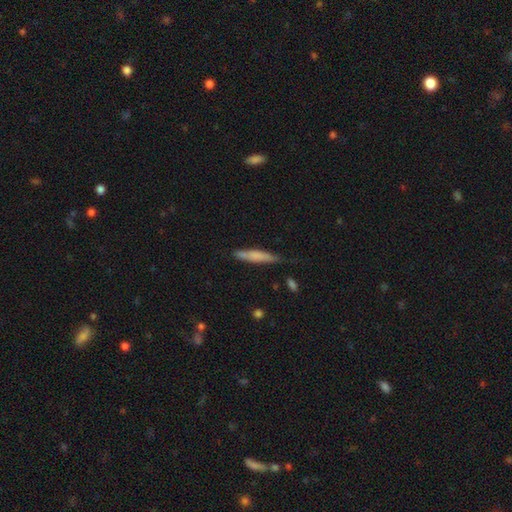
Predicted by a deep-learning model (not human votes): This is likely a smooth galaxy (68%). How rounded: clearly cigar-shaped (88%). Merging: likely none (71%).